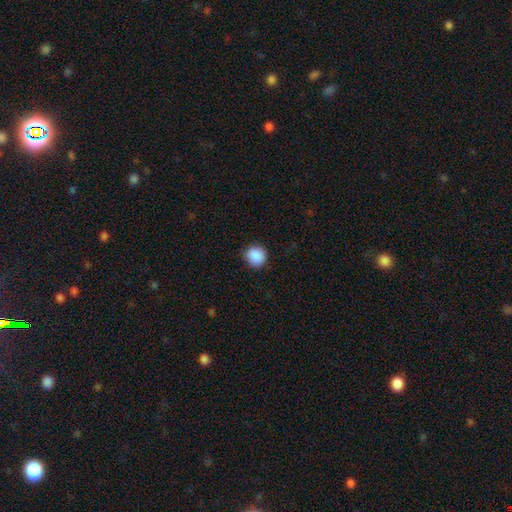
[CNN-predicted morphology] smooth 89%, star or artifact 8%, featured or disk 2%. Down the decision tree: how rounded — round (91%); merging — none (88%).